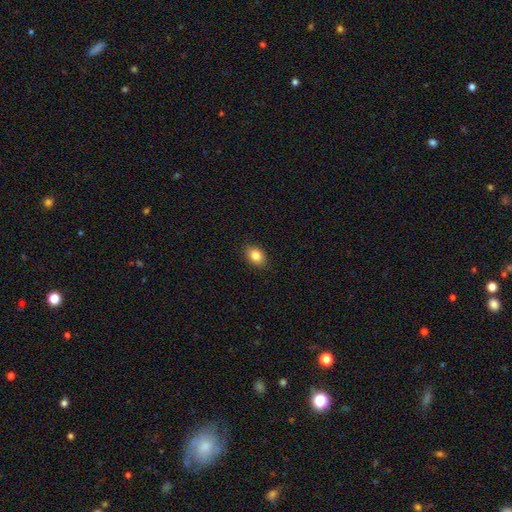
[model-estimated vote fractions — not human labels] A smooth galaxy with no disk features (84%) that is in between round and cigar-shaped (75%). Merging: none (88%).